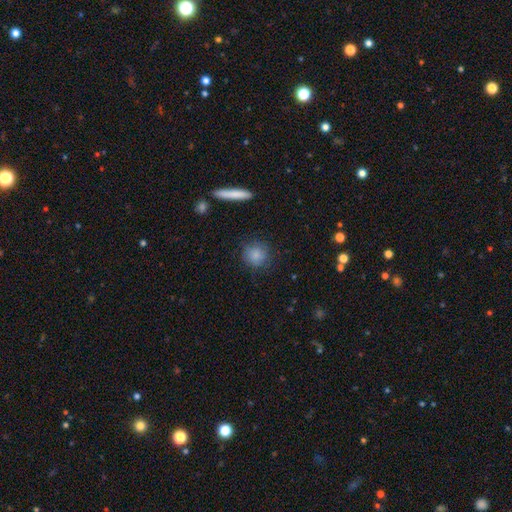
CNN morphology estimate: smooth-or-featured: smooth: 83% | star or artifact: 9% | featured or disk: 8%
  how-rounded: round: 88% | in between: 10% | cigar-shaped: 2%
  merging: none: 83% | minor disturbance: 12% | major disturbance: 4% | merger: 2%